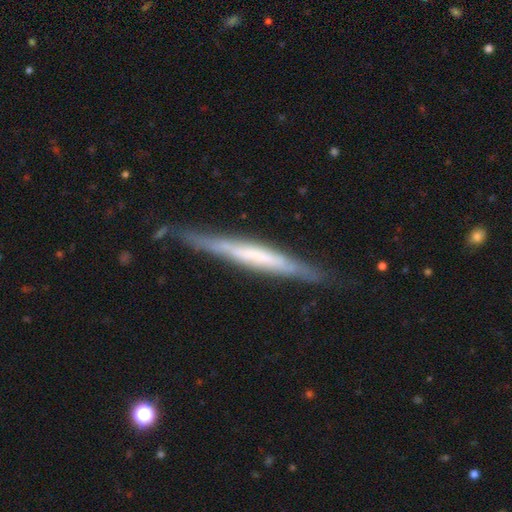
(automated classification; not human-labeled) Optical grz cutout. It shows a featured or disk galaxy (64%) viewed edge-on (94%) with no central bulge (57%). Merging: none (81%).